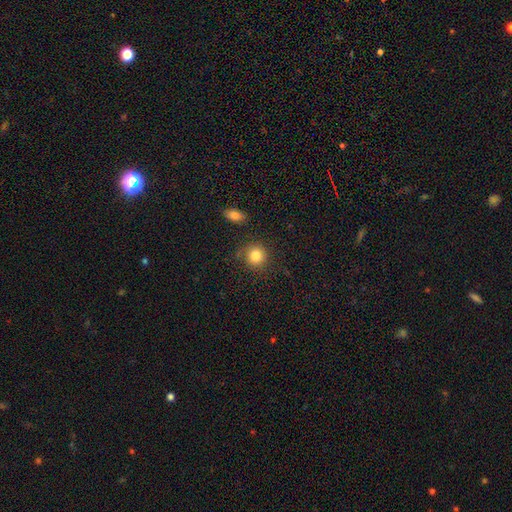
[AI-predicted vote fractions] Smooth or featured: smooth — 84% (star or artifact — 10%)
How rounded: round — 88% (in between — 11%)
Merging: none — 79% (minor disturbance — 12%)